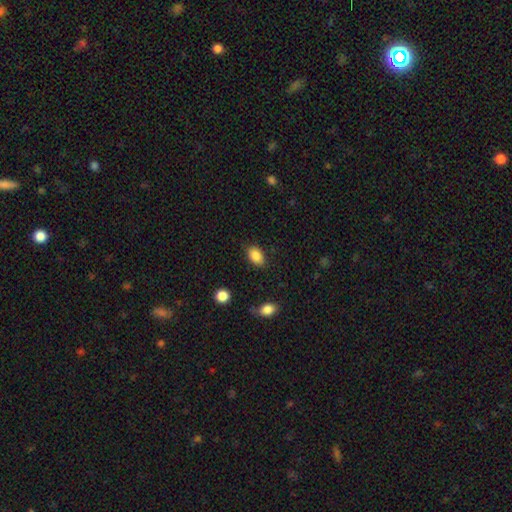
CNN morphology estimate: Smooth or featured? smooth (87%)
How rounded? in between (87%)
Merging? none (83%)